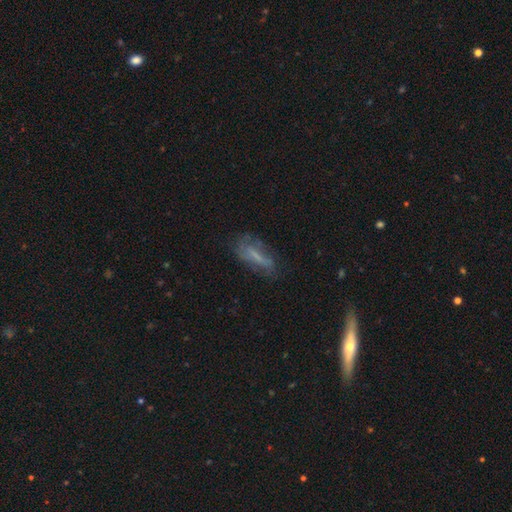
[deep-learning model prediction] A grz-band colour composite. It shows a smooth galaxy with no disk features (50%). Merging: none (53%).